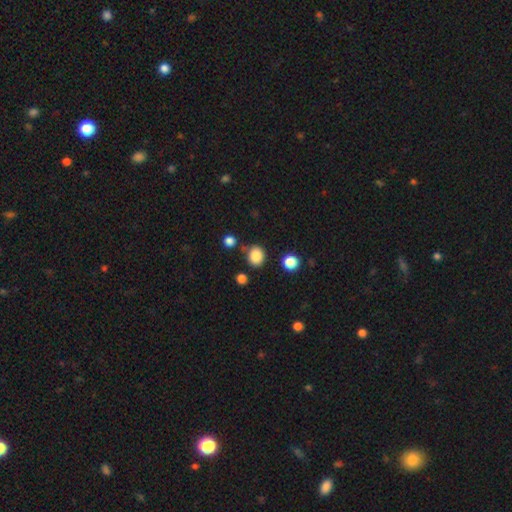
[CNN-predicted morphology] type=smooth (85%); roundness=round (71%); merging=none (78%).